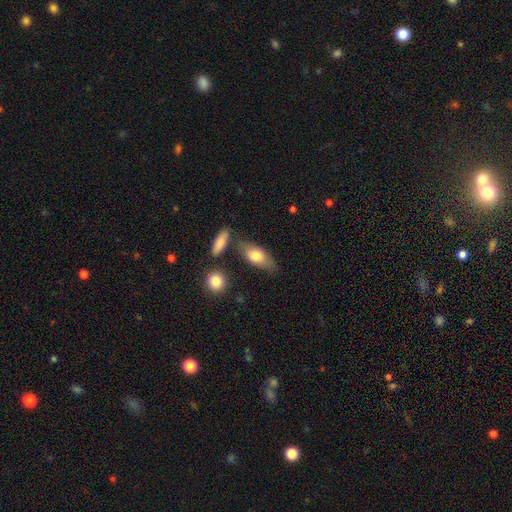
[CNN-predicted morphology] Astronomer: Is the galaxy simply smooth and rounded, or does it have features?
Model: smooth — 73%.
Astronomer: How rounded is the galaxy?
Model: in between — 82%.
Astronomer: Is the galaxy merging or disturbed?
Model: none — 70%.